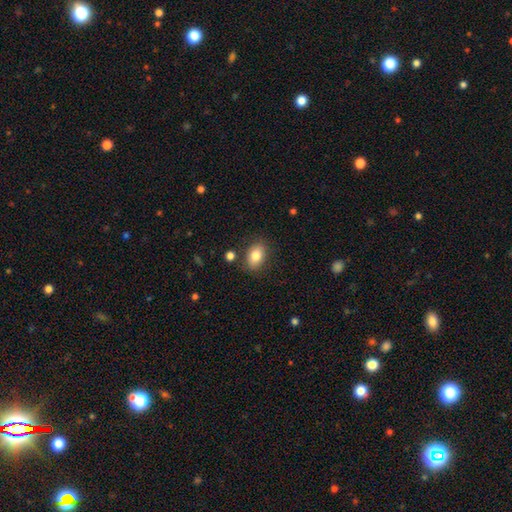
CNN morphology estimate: Smooth or featured? smooth (81%)
How rounded? in between (81%)
Merging? none (81%)